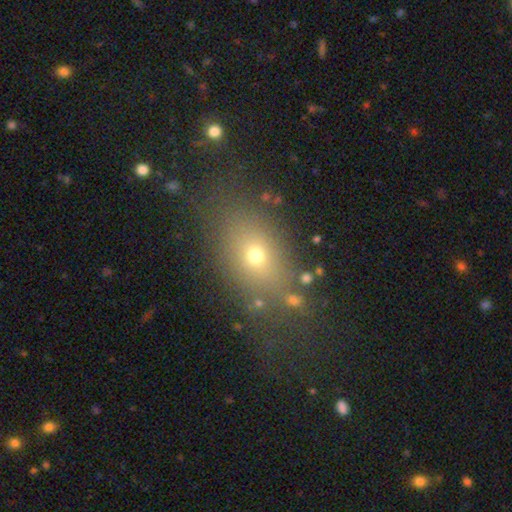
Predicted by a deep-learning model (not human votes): smooth 64%, star or artifact 19%, featured or disk 17%. Down the decision tree: how rounded — in between (69%); merging — none (71%).